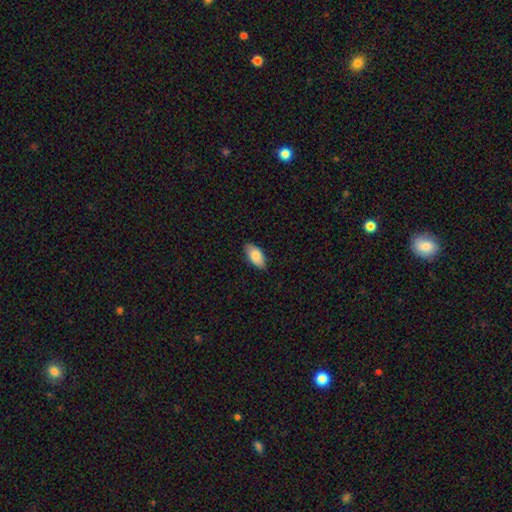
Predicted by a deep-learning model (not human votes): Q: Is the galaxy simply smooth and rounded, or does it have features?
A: smooth — 83%.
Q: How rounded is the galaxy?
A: in between — 93%.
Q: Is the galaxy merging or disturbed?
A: none — 84%.